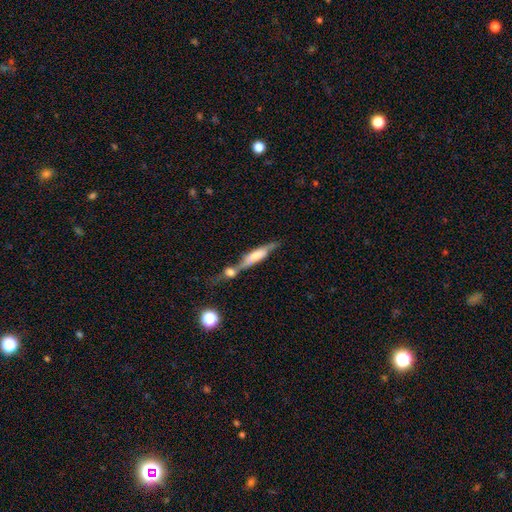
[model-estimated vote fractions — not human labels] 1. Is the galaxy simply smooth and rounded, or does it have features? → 47% smooth, 46% featured or disk, 7% star or artifact.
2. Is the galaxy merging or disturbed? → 54% merger, 26% none, 12% minor disturbance, 9% major disturbance.